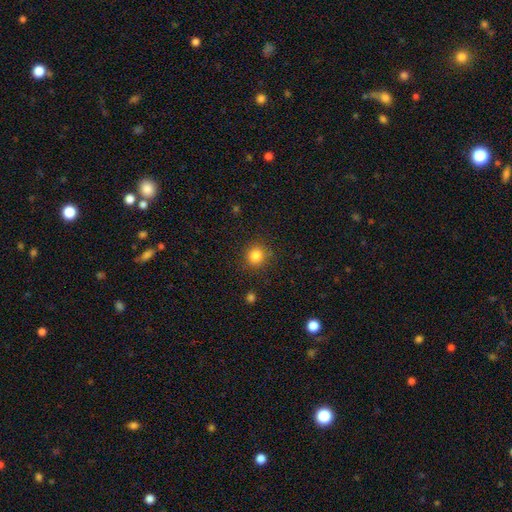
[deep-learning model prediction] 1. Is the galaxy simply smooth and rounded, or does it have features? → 84% smooth, 12% star or artifact, 5% featured or disk.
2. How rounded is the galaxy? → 88% round, 11% in between, 1% cigar-shaped.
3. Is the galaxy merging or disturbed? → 86% none, 9% minor disturbance, 3% major disturbance, 2% merger.